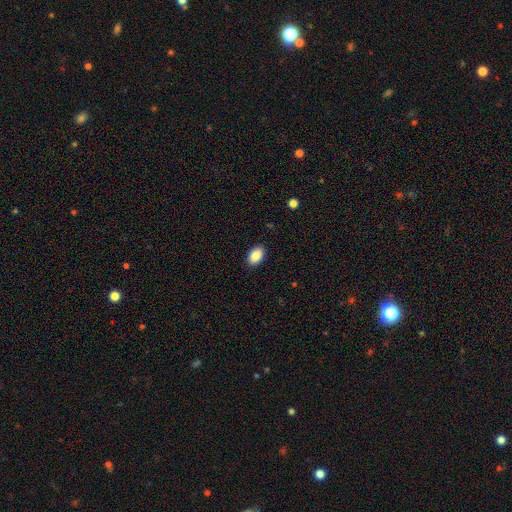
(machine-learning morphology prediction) This appears to be a smooth galaxy with no disk features (88%) that is in between round and cigar-shaped (91%). Merging: none (89%).